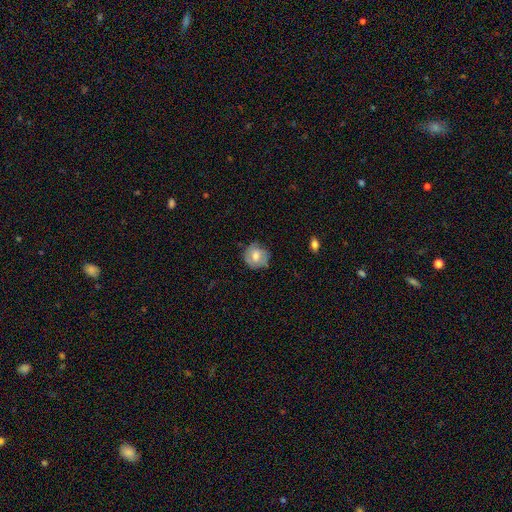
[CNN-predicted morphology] type=smooth (68%); roundness=round (87%); merging=none (76%).